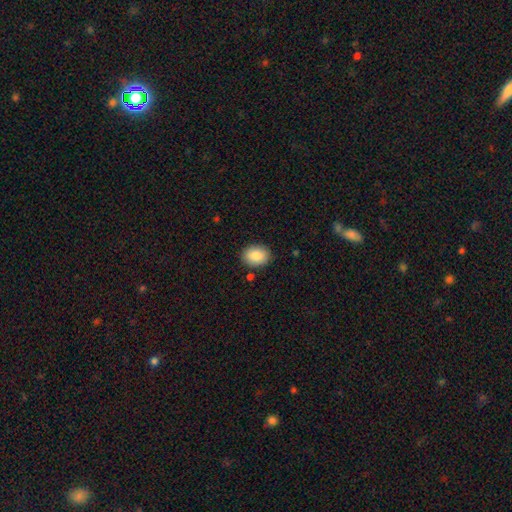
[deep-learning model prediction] A smooth galaxy with no disk features (87%) that is in between round and cigar-shaped (63%).

Vote fractions:
- Smooth or featured? smooth: 87% / star or artifact: 7% / featured or disk: 6%
- How rounded? in between: 63% / round: 36% / cigar-shaped: 1%
- Merging? none: 87% / minor disturbance: 9% / major disturbance: 2% / merger: 2%